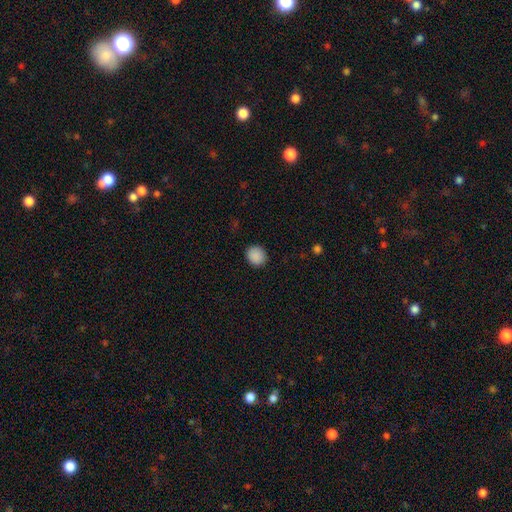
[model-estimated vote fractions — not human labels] Morphology: type=smooth (89%); roundness=round (85%); merging=none (90%).